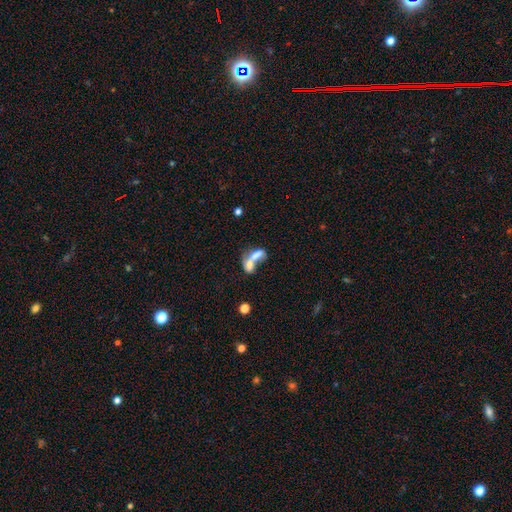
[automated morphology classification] Overall: smooth (63%; featured or disk 28%). How rounded: in between (77%). Merging: merger (76%).